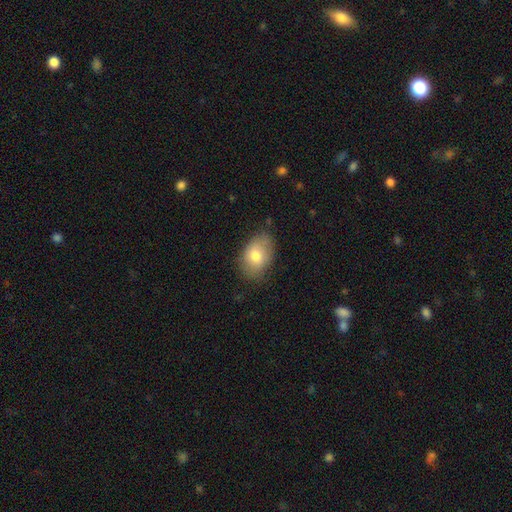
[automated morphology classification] smooth 76%, featured or disk 17%, star or artifact 8%. Down the decision tree: how rounded — in between (84%); merging — none (70%).